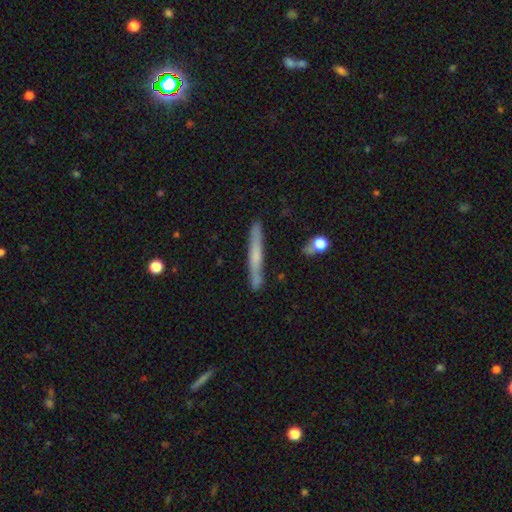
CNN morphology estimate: Smooth or featured: featured or disk — 49% (smooth — 45%)
Merging: none — 85% (minor disturbance — 11%)